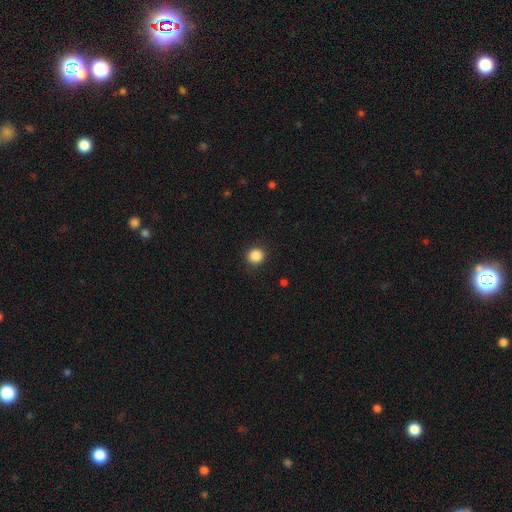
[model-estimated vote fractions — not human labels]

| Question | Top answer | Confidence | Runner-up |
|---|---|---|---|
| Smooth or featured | smooth | 87% | star or artifact (10%) |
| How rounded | round | 91% | in between (8%) |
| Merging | none | 90% | minor disturbance (7%) |